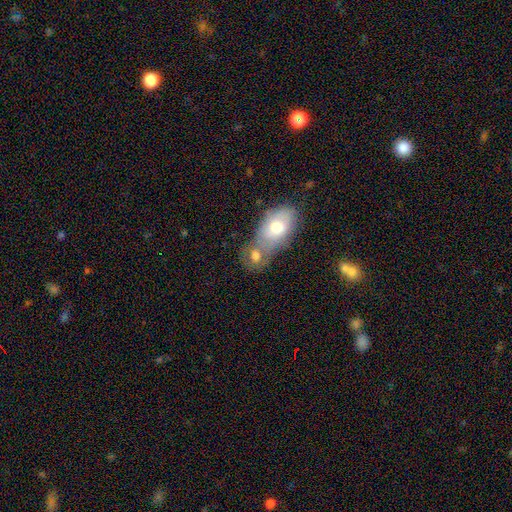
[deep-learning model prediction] Smooth or featured? smooth (67%)
How rounded? in between (62%)
Merging? merger (52%)